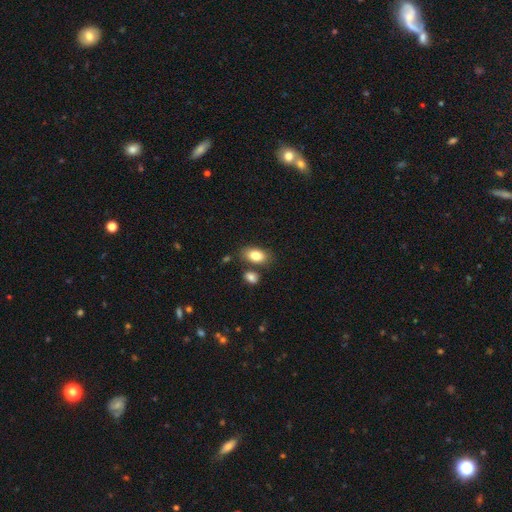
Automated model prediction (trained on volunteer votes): This appears to be a smooth galaxy with no disk features (84%) that is in between round and cigar-shaped (91%). Merging: none (71%).